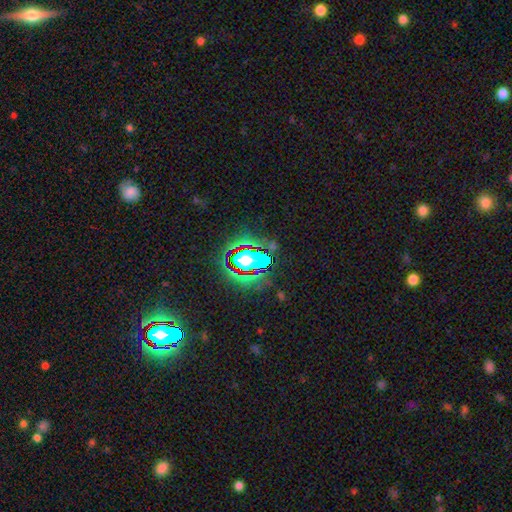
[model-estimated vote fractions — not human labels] Morphology: type=star or artifact (79%).